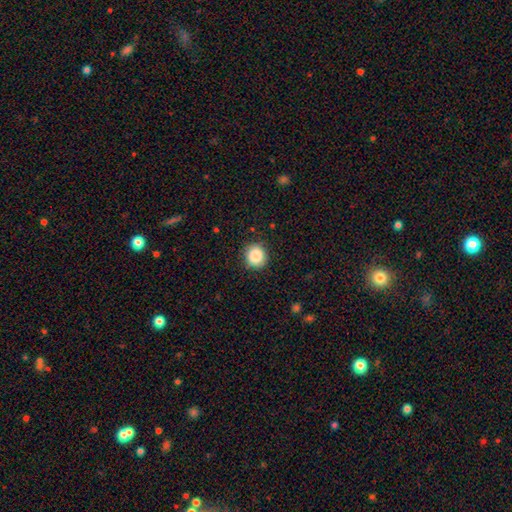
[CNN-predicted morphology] smooth 88%, star or artifact 9%, featured or disk 4%. Down the decision tree: how rounded — round (91%); merging — none (89%).